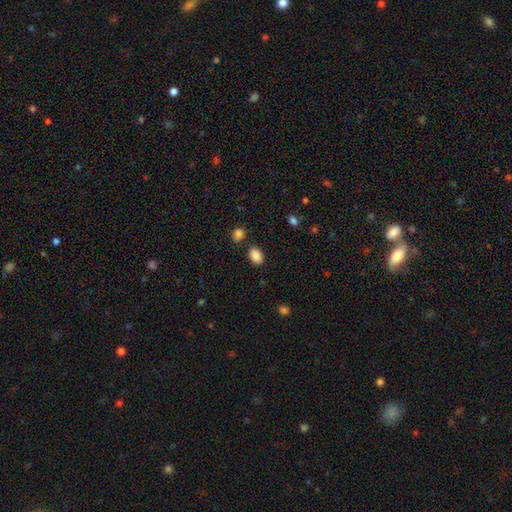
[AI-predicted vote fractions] Morphology: type=smooth (88%); roundness=in between (82%); merging=none (81%).